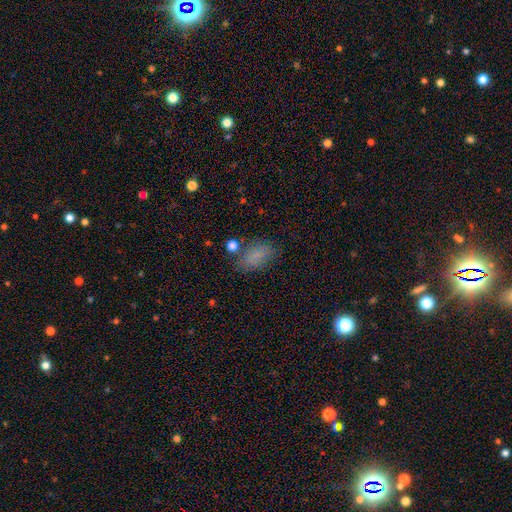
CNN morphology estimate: smooth_or_featured: smooth (p=0.78) [alt: star or artifact p=0.12]
how_rounded: in between (p=0.87) [alt: round p=0.10]
merging: none (p=0.65) [alt: minor disturbance p=0.20]